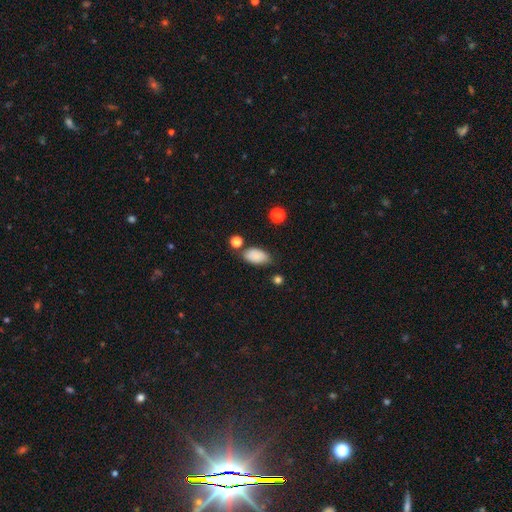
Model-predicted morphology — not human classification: A smooth galaxy with no disk features (82%) that is in between round and cigar-shaped (93%).

Vote fractions:
- Smooth or featured? smooth: 82% / featured or disk: 10% / star or artifact: 8%
- How rounded? in between: 93% / round: 5% / cigar-shaped: 2%
- Merging? none: 67% / minor disturbance: 21% / merger: 7% / major disturbance: 5%